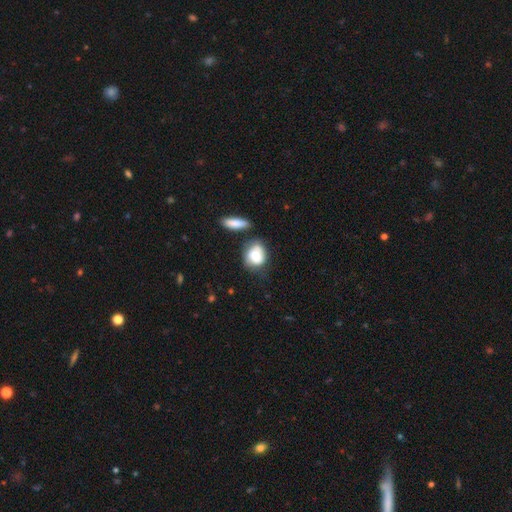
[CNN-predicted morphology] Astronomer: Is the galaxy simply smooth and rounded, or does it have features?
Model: smooth — 69%.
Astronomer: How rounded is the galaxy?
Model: in between — 50% (runner-up: round, 48%).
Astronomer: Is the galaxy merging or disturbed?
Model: none — 45% (runner-up: minor disturbance, 25%).